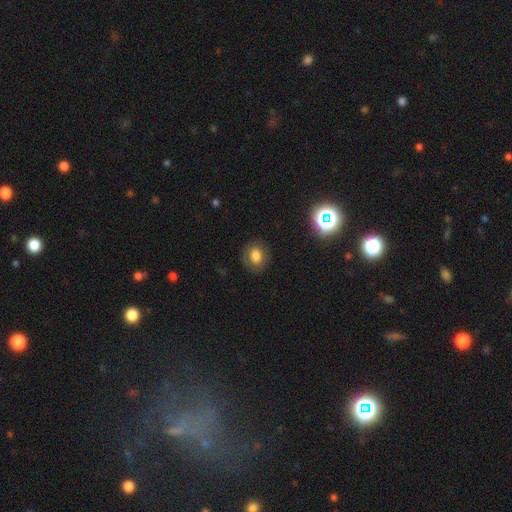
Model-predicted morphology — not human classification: Q: Smooth or featured?
A: smooth (74%); runner-up: featured or disk (14%)
Q: How rounded?
A: round (57%); runner-up: in between (42%)
Q: Merging?
A: none (83%); runner-up: minor disturbance (12%)